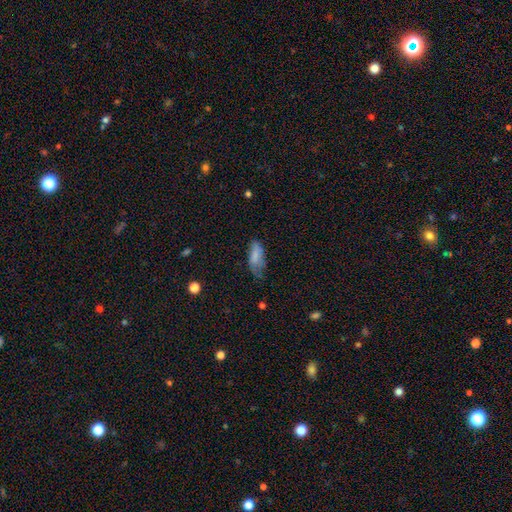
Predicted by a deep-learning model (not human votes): Smooth or featured? smooth (77%)
How rounded? in between (81%)
Merging? none (41%)